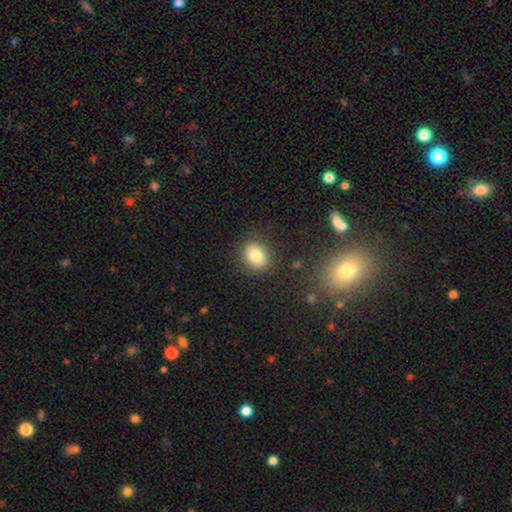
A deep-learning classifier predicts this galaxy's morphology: Smooth or featured? Predicted: smooth (p=0.80). How rounded? Predicted: round (p=0.65). Merging? Predicted: none (p=0.86).